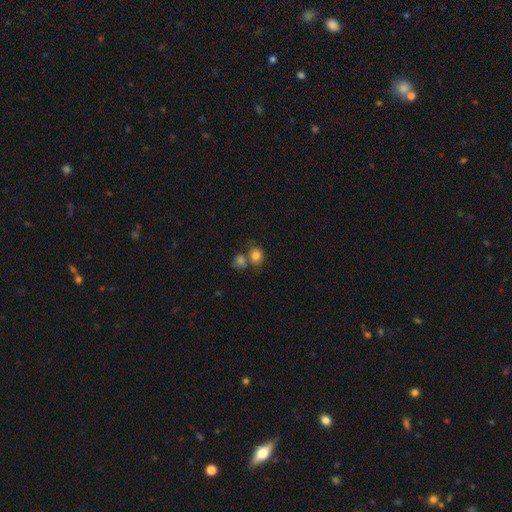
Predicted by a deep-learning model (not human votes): Smooth or featured: smooth — 80% (star or artifact — 11%)
How rounded: round — 71% (in between — 28%)
Merging: none — 48% (merger — 36%)